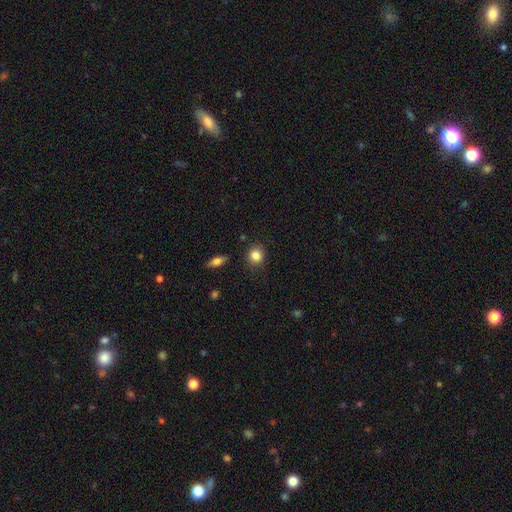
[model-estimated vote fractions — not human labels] A smooth galaxy with no disk features (85%) that is round (83%). Merging: none (87%).